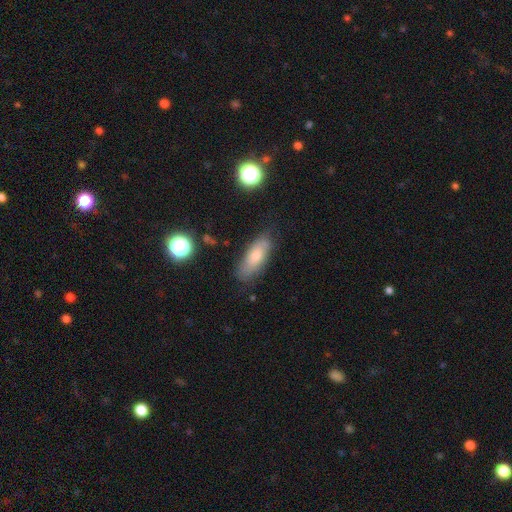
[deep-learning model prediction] A smooth galaxy with no disk features (62%) that is in between round and cigar-shaped (74%). Merging: none (71%).